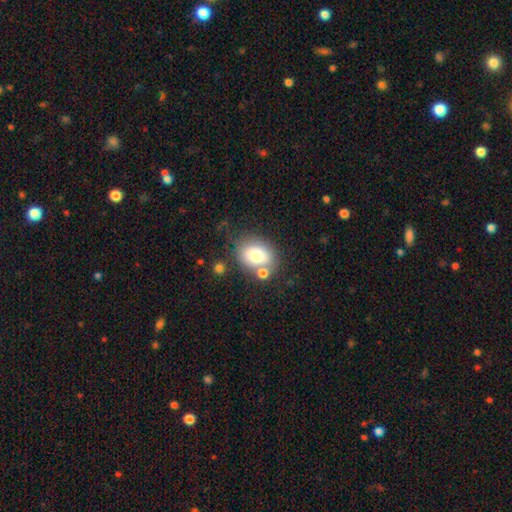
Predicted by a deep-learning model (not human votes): The model was most divided on "how rounded": in between: 60%, round: 39%, cigar-shaped: 1%. More confident: smooth or featured — smooth (73%); merging — none (57%).